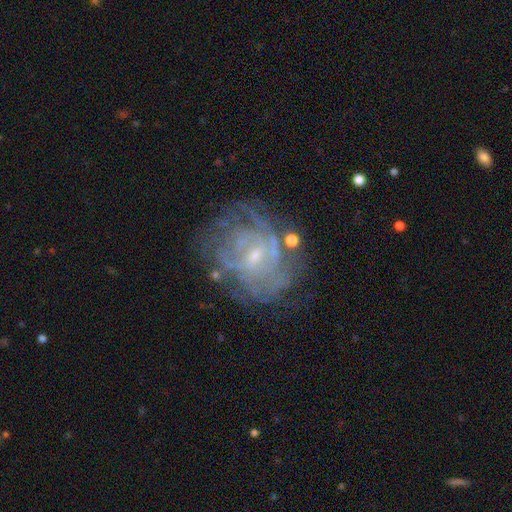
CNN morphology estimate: A featured or disk galaxy (81%) with a weak bar (47%), tight (60%) spiral arms (79%) and a small central bulge (68%). Merging: none (60%).